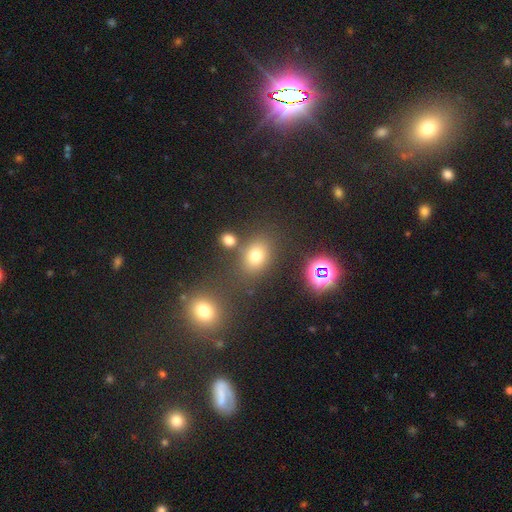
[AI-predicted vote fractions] smooth_or_featured: smooth (p=0.70) [alt: star or artifact p=0.20]
how_rounded: in between (p=0.57) [alt: round p=0.42]
merging: none (p=0.73) [alt: minor disturbance p=0.12]